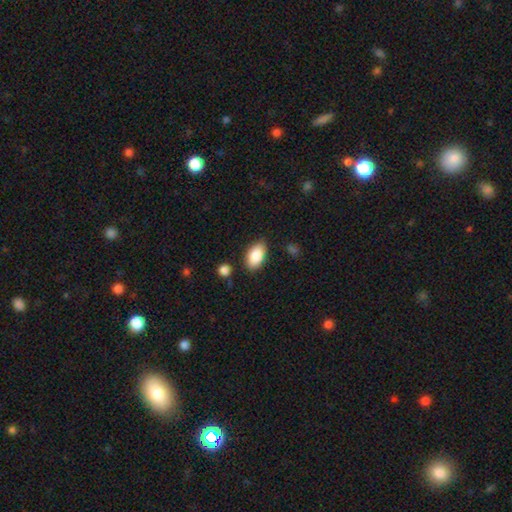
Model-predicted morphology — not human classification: The model was most divided on "merging": none: 82%, minor disturbance: 12%, major disturbance: 3%, merger: 3%. More confident: how rounded — in between (94%); smooth or featured — smooth (88%).